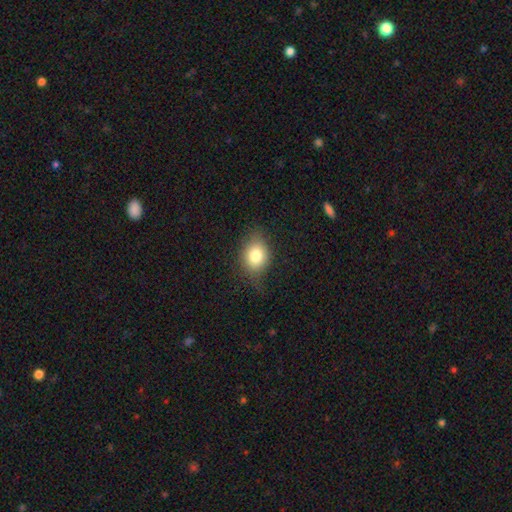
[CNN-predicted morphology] Overall: smooth (78%). How rounded: in between (58%; round 41%). Merging: none (67%).